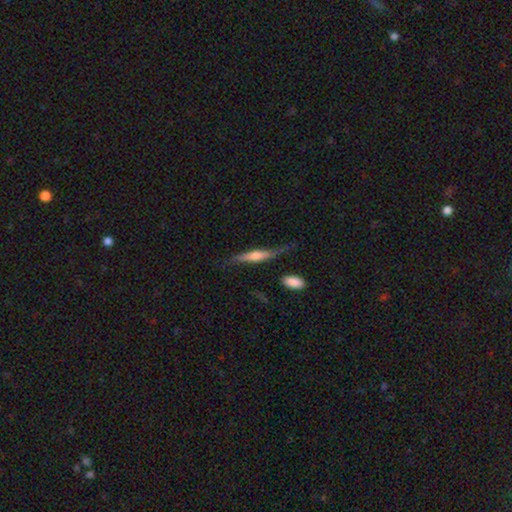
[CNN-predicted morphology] Smooth or featured? featured or disk (57%)
Edge-on disk? yes (92%)
Edge-on bulge? rounded (72%)
Merging? none (65%)